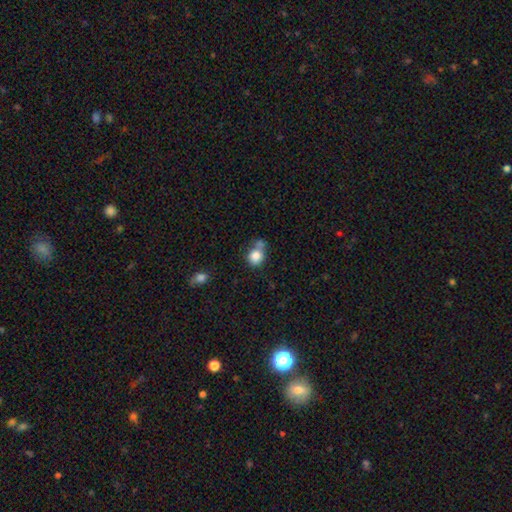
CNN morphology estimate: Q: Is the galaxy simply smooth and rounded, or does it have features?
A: smooth — 82%.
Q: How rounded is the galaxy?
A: round — 75%.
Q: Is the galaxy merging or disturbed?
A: none — 46%.